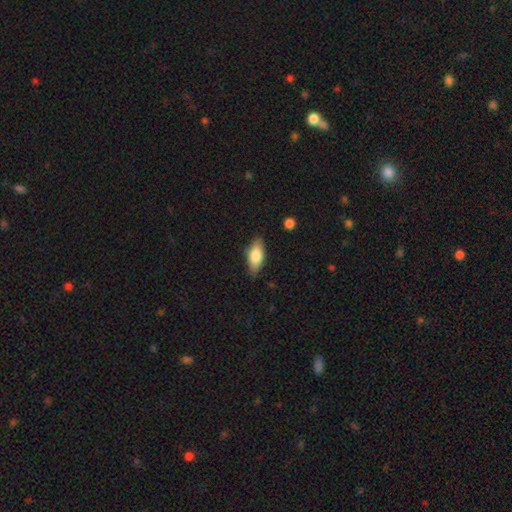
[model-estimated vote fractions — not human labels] A smooth galaxy with no disk features (77%) that is in between round and cigar-shaped (80%). Merging: none (84%).